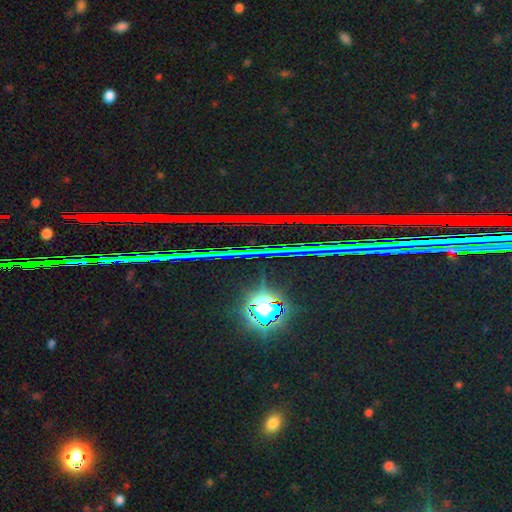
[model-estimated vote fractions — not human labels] This is clearly a star or artifact rather than a galaxy (85%).